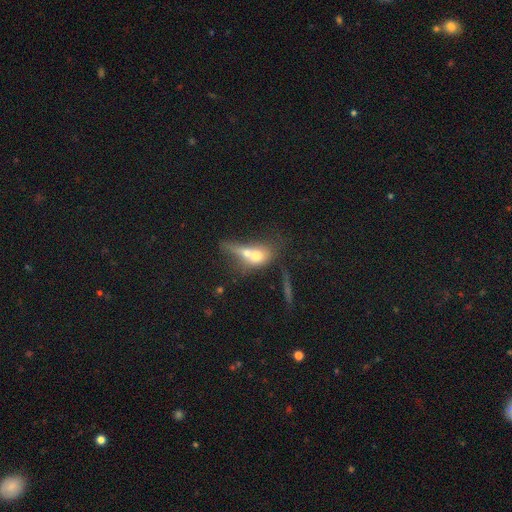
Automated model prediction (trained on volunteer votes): A smooth galaxy with no disk features (60%) that is in between round and cigar-shaped (50%). Merging: merger (69%).